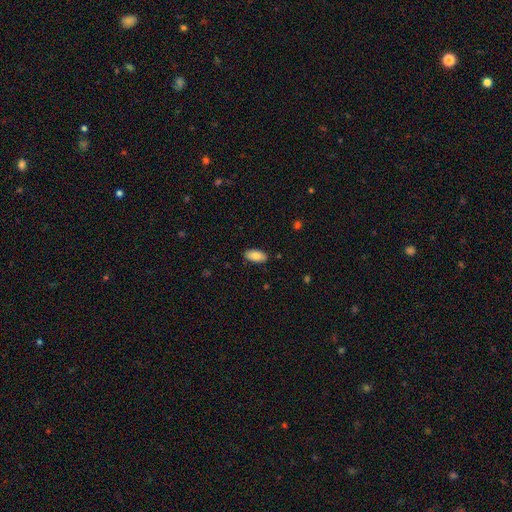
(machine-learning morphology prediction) Smooth or featured: smooth — 85% (featured or disk — 8%)
How rounded: in between — 92% (cigar-shaped — 6%)
Merging: none — 87% (minor disturbance — 10%)